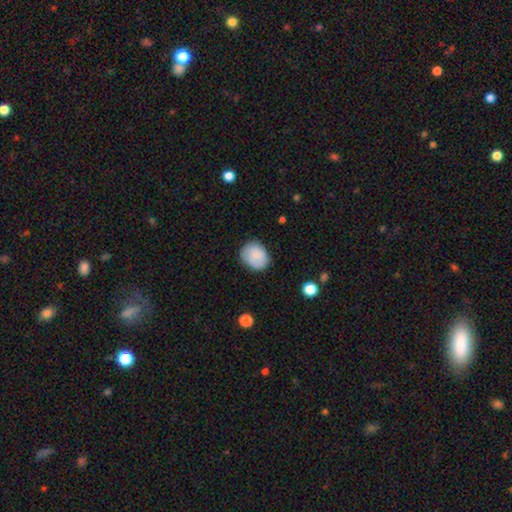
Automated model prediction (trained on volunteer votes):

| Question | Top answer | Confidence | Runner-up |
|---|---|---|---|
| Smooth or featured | smooth | 83% | featured or disk (10%) |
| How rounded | round | 56% | in between (43%) |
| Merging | none | 75% | minor disturbance (19%) |